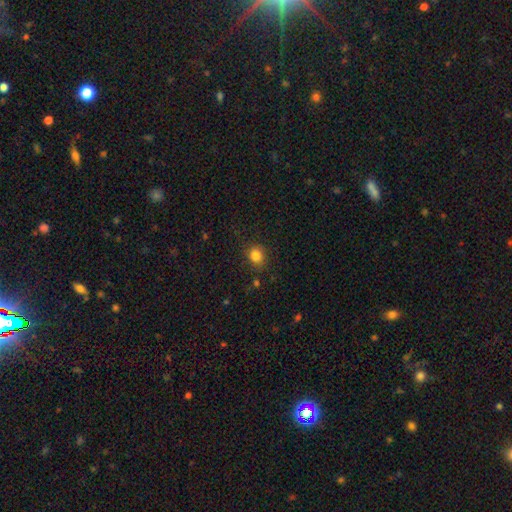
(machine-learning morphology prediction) Smooth or featured? smooth (83%)
How rounded? round (76%)
Merging? none (84%)